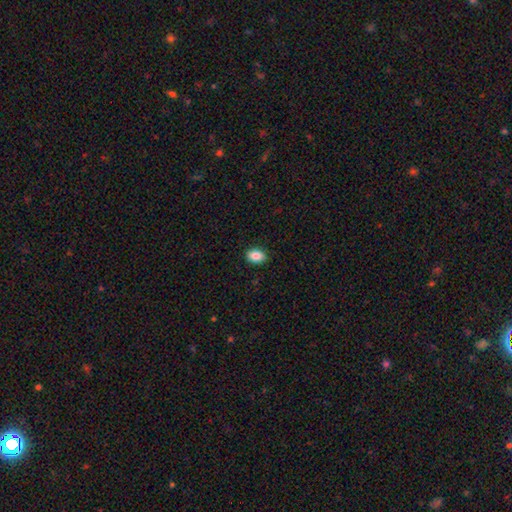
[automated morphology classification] Smooth or featured: smooth — 87% (star or artifact — 8%)
How rounded: in between — 83% (round — 16%)
Merging: none — 89% (minor disturbance — 8%)